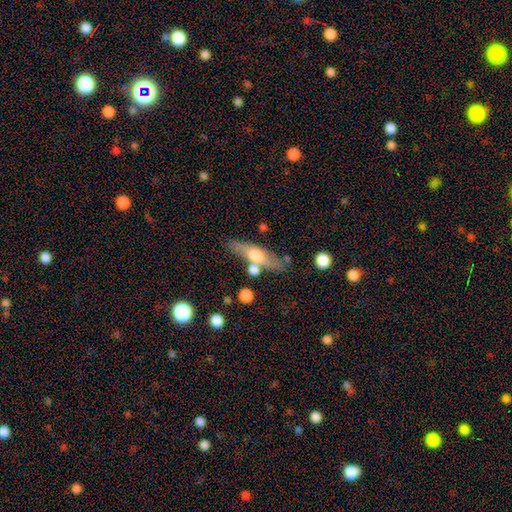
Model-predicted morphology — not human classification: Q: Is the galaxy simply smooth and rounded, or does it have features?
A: smooth — 49%.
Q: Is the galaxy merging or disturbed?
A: none — 69%.